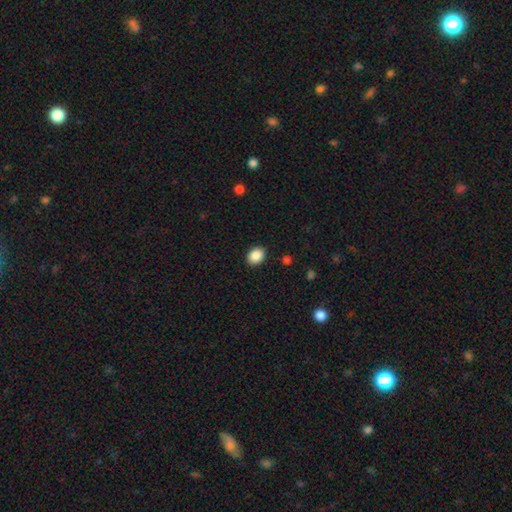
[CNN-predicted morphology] type=smooth (88%); roundness=in between (57%); merging=none (89%).